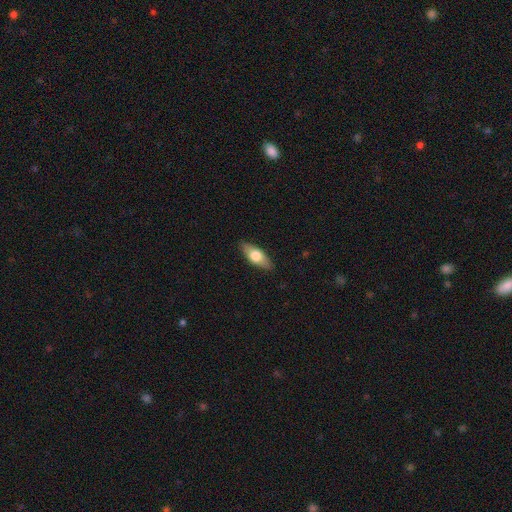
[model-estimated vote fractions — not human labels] This appears to be a smooth galaxy with no disk features (63%) that is in between round and cigar-shaped (75%). Merging: none (87%).